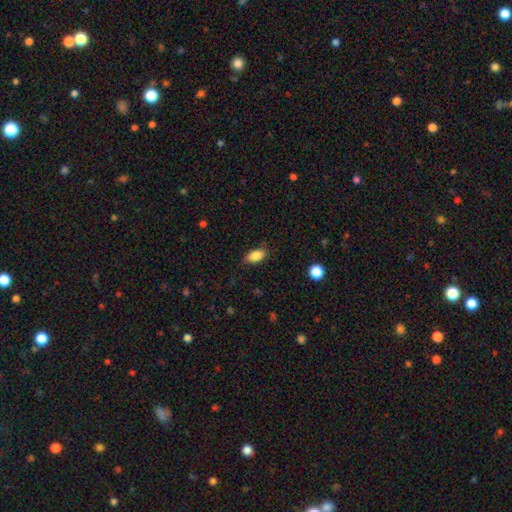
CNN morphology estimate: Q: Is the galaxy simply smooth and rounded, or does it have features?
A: smooth — 86%.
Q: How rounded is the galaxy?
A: in between — 89%.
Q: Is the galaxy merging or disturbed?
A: none — 79%.